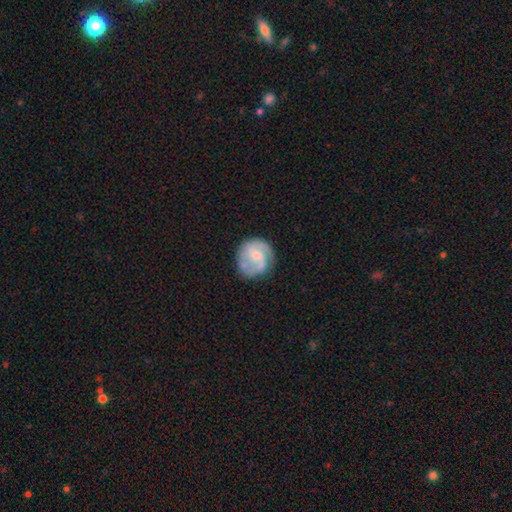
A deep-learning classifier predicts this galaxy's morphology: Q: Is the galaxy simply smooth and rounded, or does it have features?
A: featured or disk — 69%.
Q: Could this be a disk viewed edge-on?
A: no — 98%.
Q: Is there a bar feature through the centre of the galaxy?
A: no — 47%.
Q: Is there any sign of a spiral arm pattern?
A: yes — 89%.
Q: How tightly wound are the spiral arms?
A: medium — 46%.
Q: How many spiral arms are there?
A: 2 — 65%.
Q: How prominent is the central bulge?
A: small — 47%.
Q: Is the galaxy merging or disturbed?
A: none — 68%.